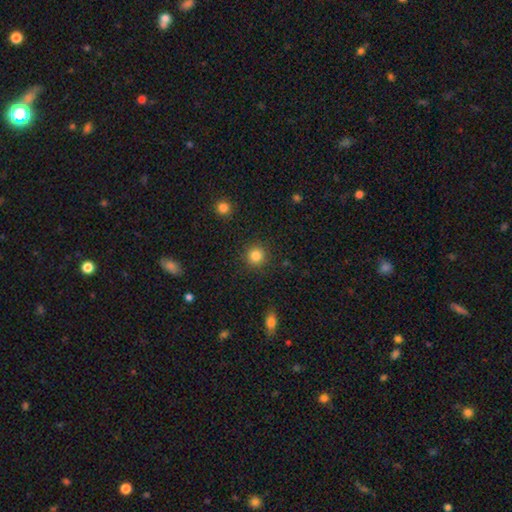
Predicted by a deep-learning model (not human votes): Q: Smooth or featured?
A: smooth (84%); runner-up: star or artifact (11%)
Q: How rounded?
A: round (94%); runner-up: in between (5%)
Q: Merging?
A: none (91%); runner-up: minor disturbance (6%)